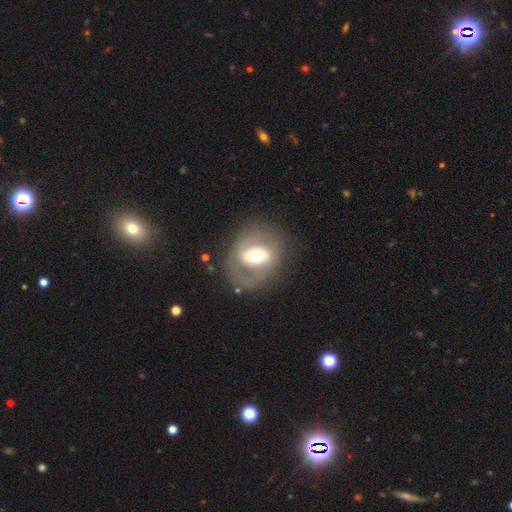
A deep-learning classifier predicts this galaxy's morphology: The model was most divided on "bar": strong: 35%, weak: 33%, no: 31%. More confident: edge-on disk — no (93%); merging — none (71%); spiral arms — no (65%); bulge size — moderate (63%); smooth or featured — featured or disk (58%).